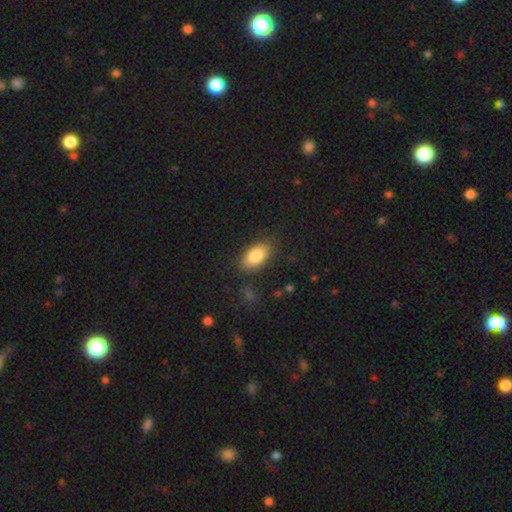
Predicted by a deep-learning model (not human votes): Morphology: type=smooth (84%); roundness=in between (92%); merging=none (83%).